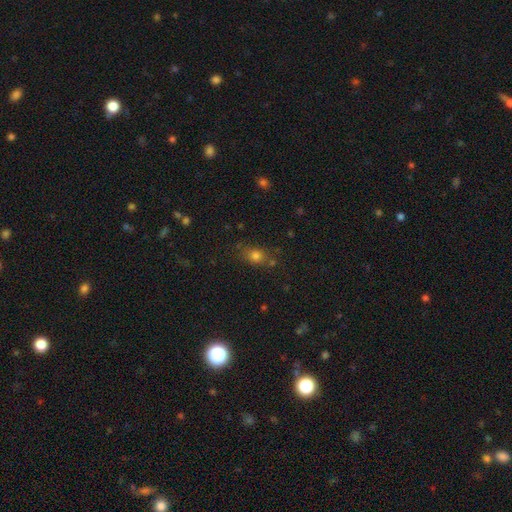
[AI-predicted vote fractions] Morphology: type=smooth (76%); roundness=in between (54%); merging=none (70%).